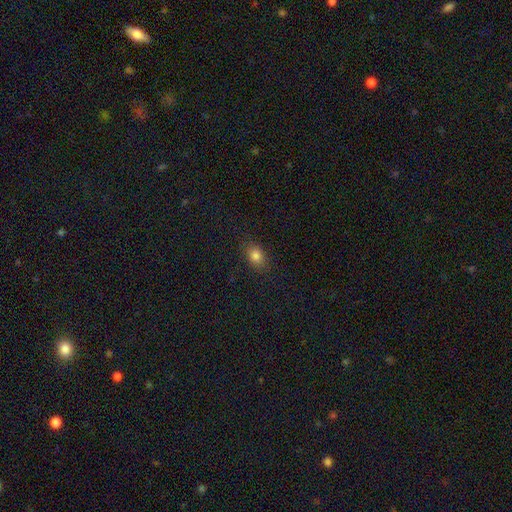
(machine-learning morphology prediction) This appears to be a smooth galaxy with no disk features (81%) that is in between round and cigar-shaped (68%). Merging: none (85%).